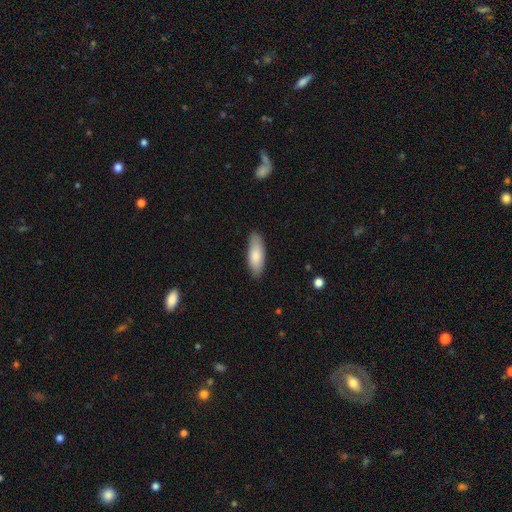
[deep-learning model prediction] Q: Smooth or featured?
A: smooth (83%); runner-up: featured or disk (12%)
Q: How rounded?
A: in between (72%); runner-up: cigar-shaped (27%)
Q: Merging?
A: none (84%); runner-up: minor disturbance (13%)